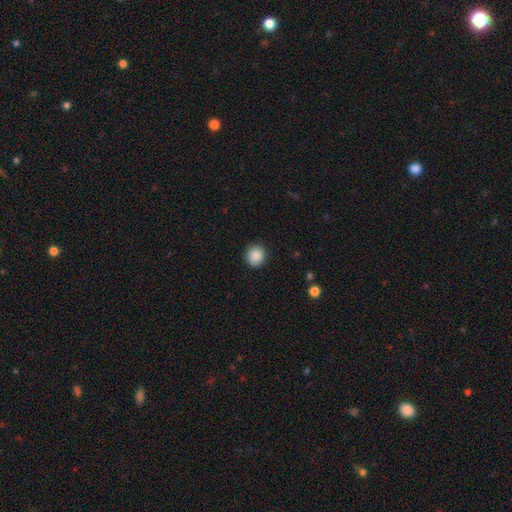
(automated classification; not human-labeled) Morphology: type=smooth (89%); roundness=round (85%); merging=none (89%).